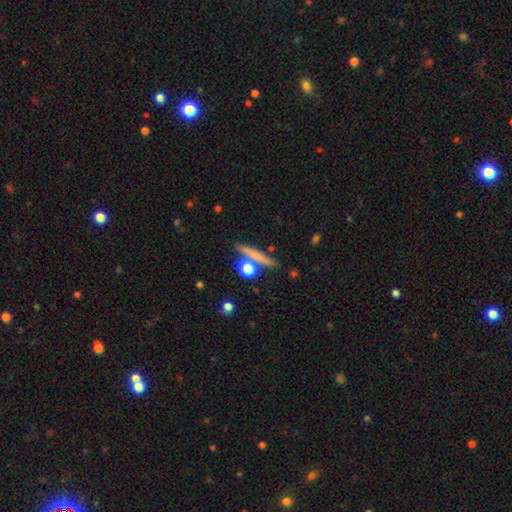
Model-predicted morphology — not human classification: This is possibly a smooth galaxy (57%). How rounded: likely cigar-shaped (76%). Merging: likely none (75%).